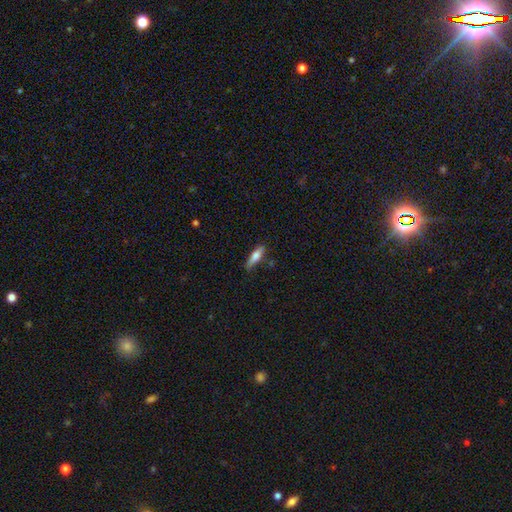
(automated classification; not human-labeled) smooth_or_featured: smooth (p=0.65) [alt: featured or disk p=0.29]
how_rounded: cigar-shaped (p=0.65) [alt: in between p=0.33]
merging: none (p=0.75) [alt: minor disturbance p=0.19]